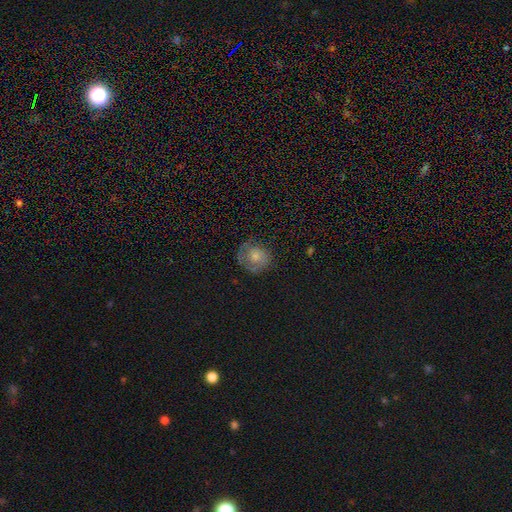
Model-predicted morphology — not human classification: Smooth or featured? Predicted: smooth (p=0.48). Merging? Predicted: none (p=0.69).